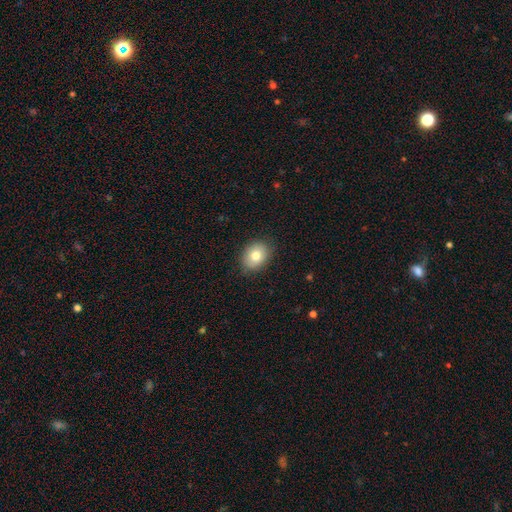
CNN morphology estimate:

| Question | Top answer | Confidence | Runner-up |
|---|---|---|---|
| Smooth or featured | smooth | 78% | featured or disk (13%) |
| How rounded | in between | 63% | round (36%) |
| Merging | none | 85% | minor disturbance (11%) |